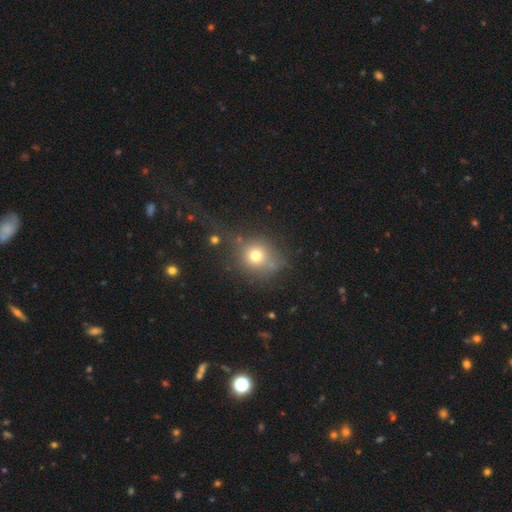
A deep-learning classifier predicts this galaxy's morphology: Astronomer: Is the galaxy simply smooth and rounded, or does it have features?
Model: smooth — 71%.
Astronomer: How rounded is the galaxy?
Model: round — 85%.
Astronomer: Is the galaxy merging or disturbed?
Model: none — 61%.